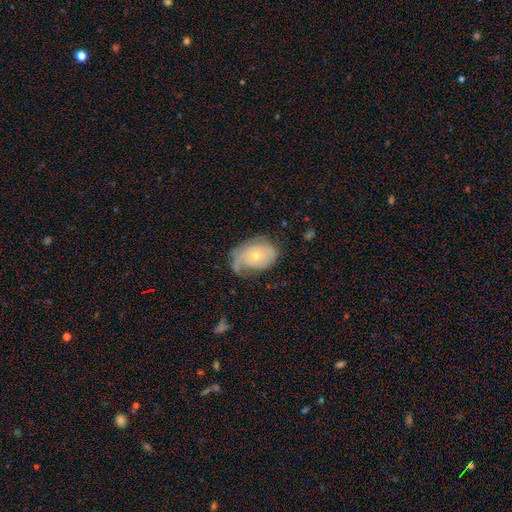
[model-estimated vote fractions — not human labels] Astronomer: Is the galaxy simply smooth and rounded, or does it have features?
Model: featured or disk — 67%.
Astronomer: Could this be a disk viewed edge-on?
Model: no — 96%.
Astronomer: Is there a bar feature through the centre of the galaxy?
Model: no — 80%.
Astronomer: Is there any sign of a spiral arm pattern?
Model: yes — 83%.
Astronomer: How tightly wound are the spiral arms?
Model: tight — 54%.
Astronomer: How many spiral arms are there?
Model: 1 — 45% (runner-up: can't tell, 24%).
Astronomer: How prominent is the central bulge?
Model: small — 53% (runner-up: moderate, 43%).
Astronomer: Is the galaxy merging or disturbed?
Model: none — 45% (runner-up: minor disturbance, 30%).